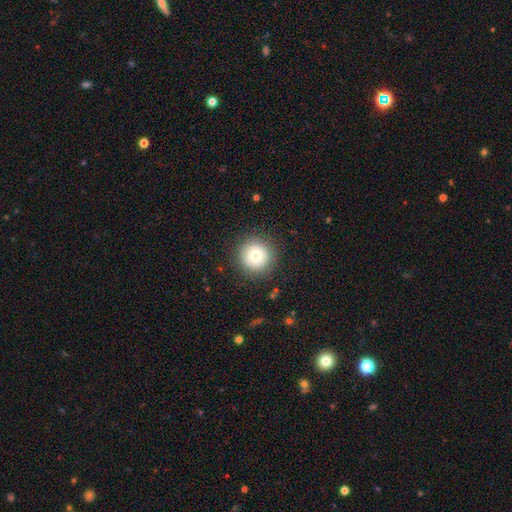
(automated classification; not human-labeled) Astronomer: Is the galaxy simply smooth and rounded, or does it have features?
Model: smooth — 75%.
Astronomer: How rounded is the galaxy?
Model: round — 96%.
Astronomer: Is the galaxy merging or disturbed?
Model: none — 89%.